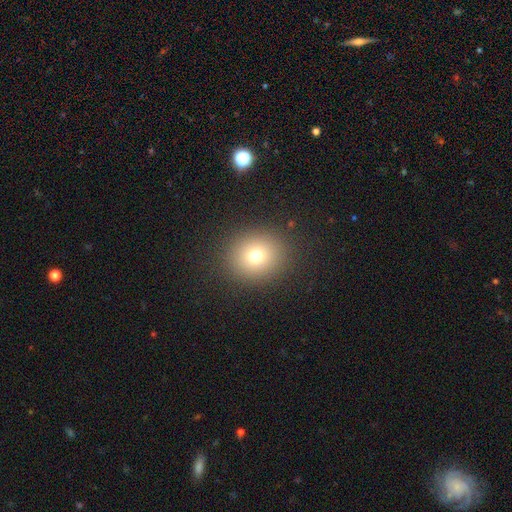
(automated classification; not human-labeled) Overall: smooth (74%). How rounded: round (82%). Merging: none (89%).